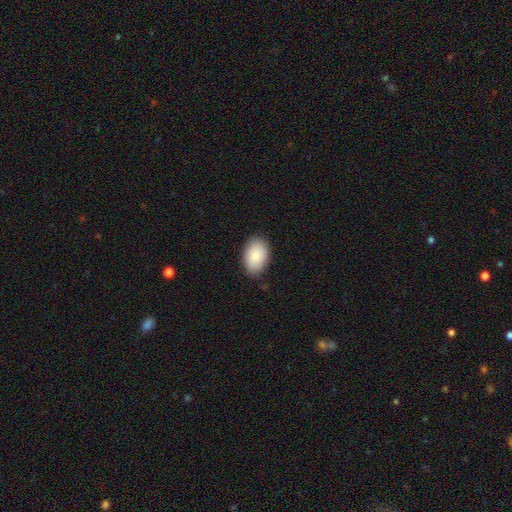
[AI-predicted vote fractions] A smooth galaxy with no disk features (86%) that is in between round and cigar-shaped (89%).

Vote fractions:
- Smooth or featured? smooth: 86% / featured or disk: 8% / star or artifact: 6%
- How rounded? in between: 89% / round: 10% / cigar-shaped: 1%
- Merging? none: 85% / minor disturbance: 12% / major disturbance: 2% / merger: 1%